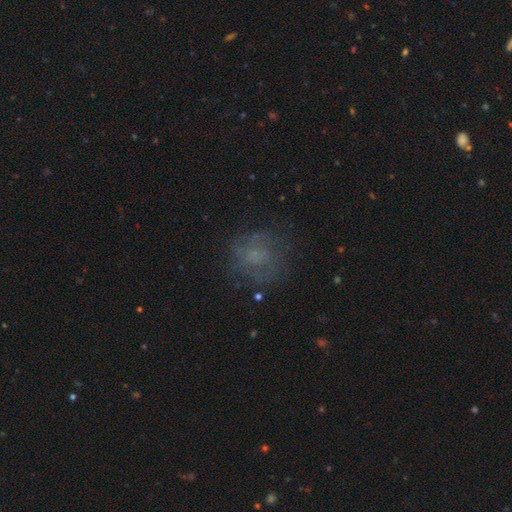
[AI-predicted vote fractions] Smooth or featured: smooth — 40% (tied with featured or disk — 40%)
Merging: none — 68% (minor disturbance — 17%)